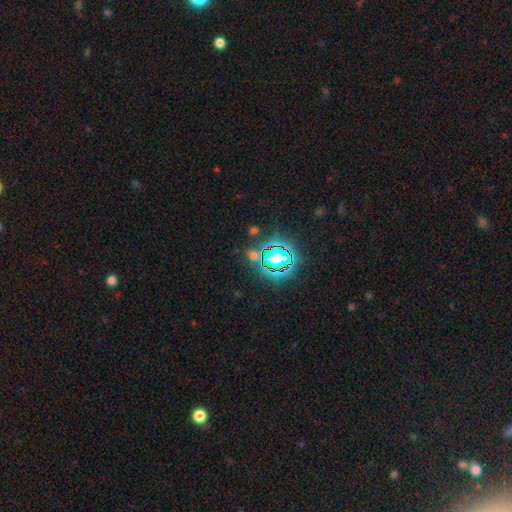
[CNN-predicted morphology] star or artifact 73%, smooth 18%, featured or disk 9%.